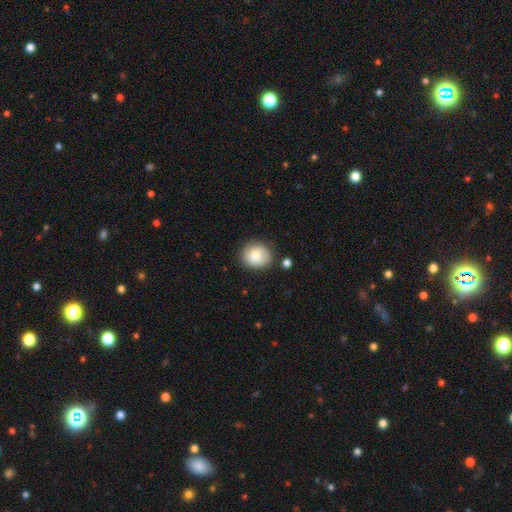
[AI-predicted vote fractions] The model was most divided on "how rounded": round: 79%, in between: 20%, cigar-shaped: 1%. More confident: smooth or featured — smooth (81%); merging — none (80%).